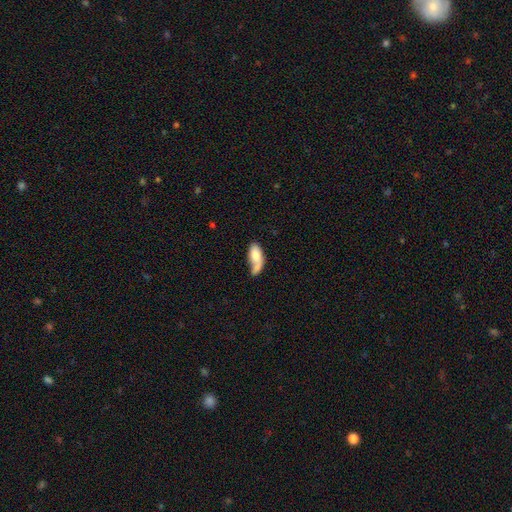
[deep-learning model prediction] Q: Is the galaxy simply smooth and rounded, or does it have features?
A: smooth — 70%.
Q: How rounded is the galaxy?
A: in between — 86%.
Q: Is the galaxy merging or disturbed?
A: merger — 35%.